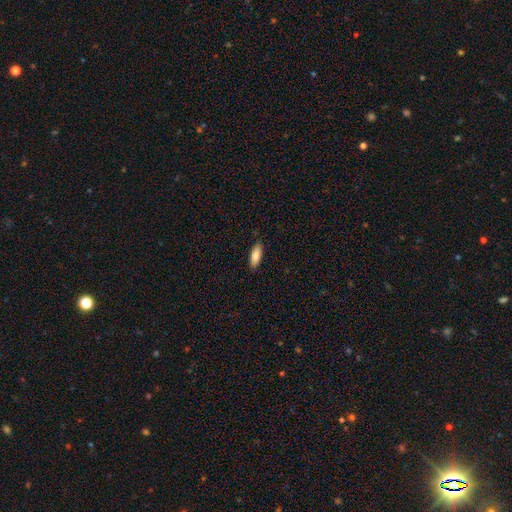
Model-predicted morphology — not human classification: Smooth or featured? smooth (86%)
How rounded? in between (68%)
Merging? none (87%)